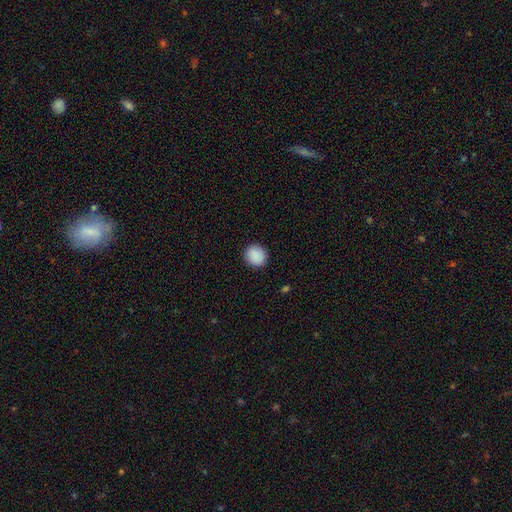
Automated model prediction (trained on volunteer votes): smooth_or_featured: smooth (p=0.90) [alt: star or artifact p=0.08]
how_rounded: round (p=0.83) [alt: in between p=0.16]
merging: none (p=0.91) [alt: minor disturbance p=0.06]